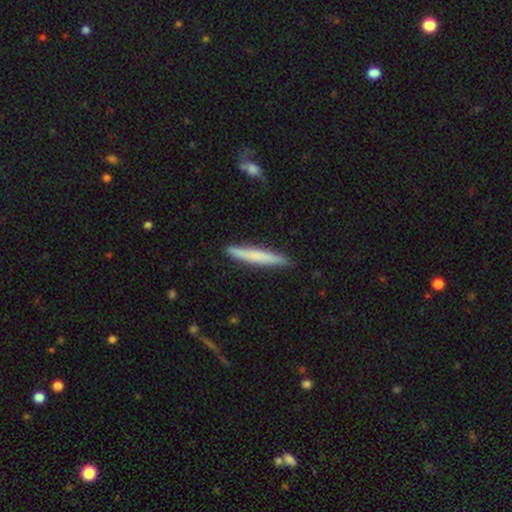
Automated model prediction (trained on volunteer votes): The model was most divided on "smooth or featured": smooth: 67%, featured or disk: 28%, star or artifact: 5%. More confident: how rounded — cigar-shaped (95%); merging — none (89%).